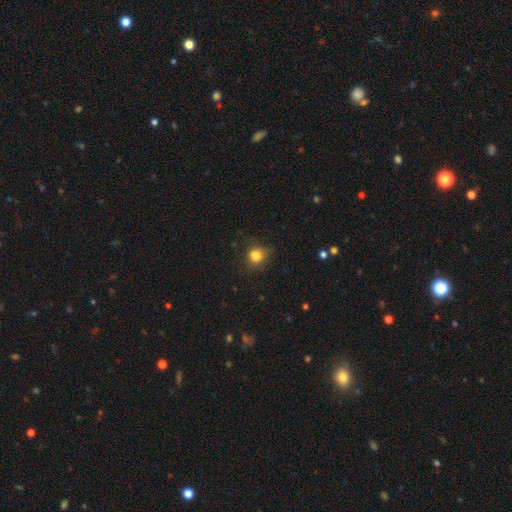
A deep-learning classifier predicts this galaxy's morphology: Smooth or featured: smooth — 82% (star or artifact — 12%)
How rounded: round — 76% (in between — 23%)
Merging: none — 72% (minor disturbance — 20%)